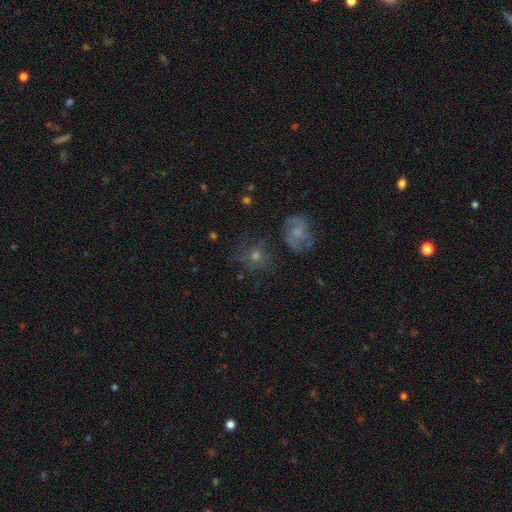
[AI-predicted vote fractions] This appears to be a featured or disk galaxy (41%). Merging: none (67%).